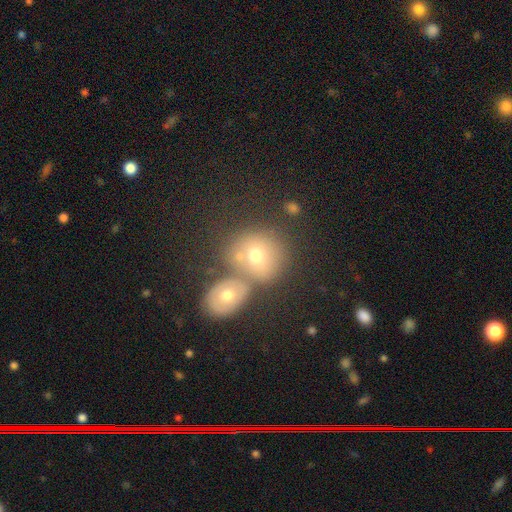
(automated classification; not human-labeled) A smooth galaxy with no disk features (65%) that is round (73%).

Vote fractions:
- Smooth or featured? smooth: 65% / featured or disk: 23% / star or artifact: 12%
- How rounded? round: 73% / in between: 26% / cigar-shaped: 1%
- Merging? none: 45% / merger: 40% / minor disturbance: 10% / major disturbance: 5%